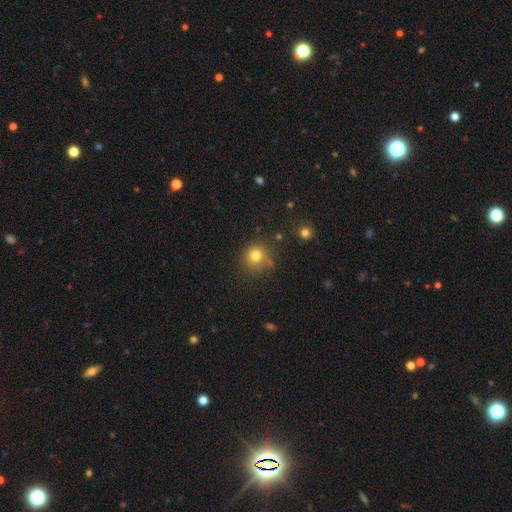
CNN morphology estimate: The model was most divided on "merging": none: 73%, minor disturbance: 16%, major disturbance: 5%, merger: 5%. More confident: how rounded — round (87%); smooth or featured — smooth (78%).